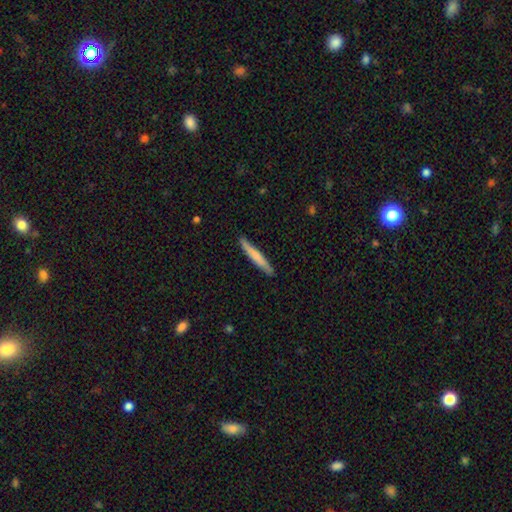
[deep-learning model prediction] smooth_or_featured: smooth (p=0.67) [alt: featured or disk p=0.28]
how_rounded: cigar-shaped (p=0.96) [alt: in between p=0.03]
merging: none (p=0.89) [alt: minor disturbance p=0.09]